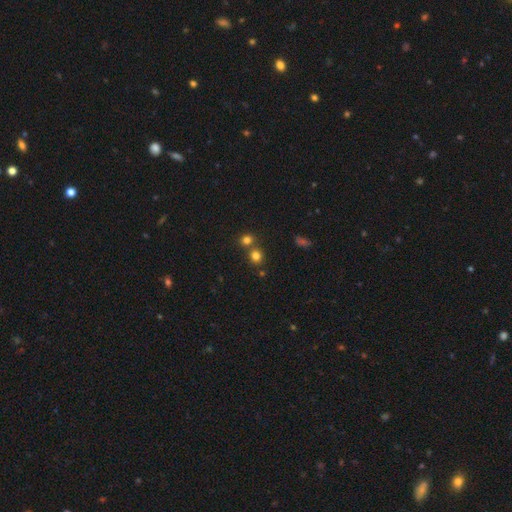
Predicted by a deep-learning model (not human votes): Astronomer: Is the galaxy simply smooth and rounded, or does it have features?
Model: smooth — 75%.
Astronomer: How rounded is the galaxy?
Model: round — 87%.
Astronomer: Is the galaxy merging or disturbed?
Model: none — 63%.